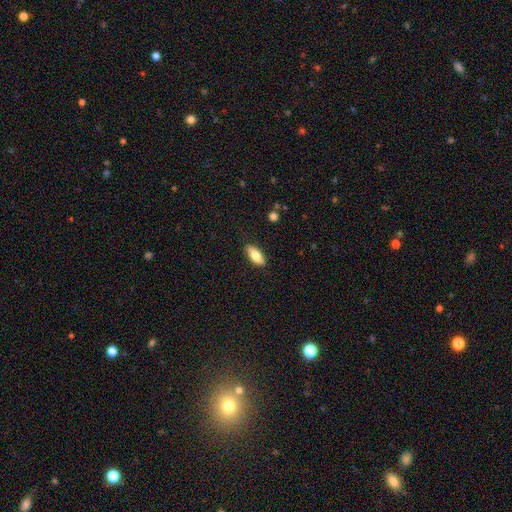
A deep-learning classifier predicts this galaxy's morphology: A smooth galaxy with no disk features (77%) that is in between round and cigar-shaped (81%).

Vote fractions:
- Smooth or featured? smooth: 77% / featured or disk: 17% / star or artifact: 6%
- How rounded? in between: 81% / cigar-shaped: 16% / round: 3%
- Merging? none: 84% / minor disturbance: 12% / major disturbance: 2% / merger: 1%